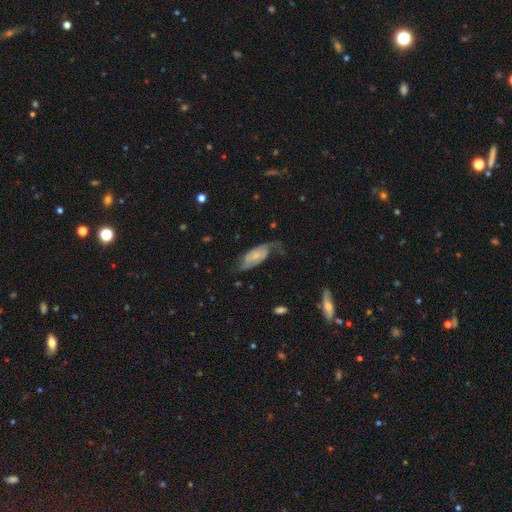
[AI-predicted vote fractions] Smooth or featured: featured or disk — 73% (smooth — 21%)
Edge-on disk: no — 93% (yes — 7%)
Bar: no — 60% (weak — 31%)
Spiral arms: yes — 92% (no — 8%)
Spiral winding: medium — 40% (loose — 35%)
Spiral arm count: 2 — 80% (can't tell — 8%)
Bulge size: small — 64% (moderate — 19%)
Merging: none — 53% (minor disturbance — 24%)